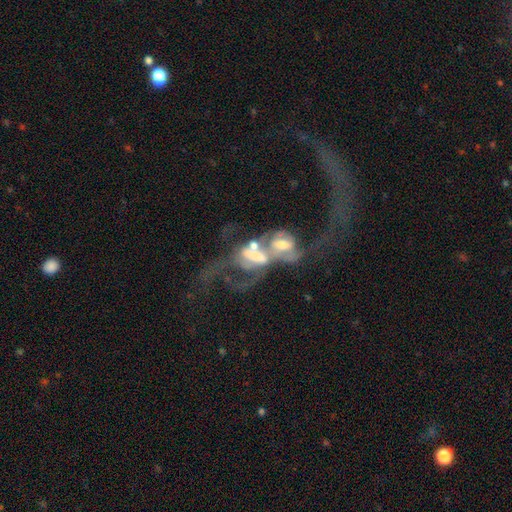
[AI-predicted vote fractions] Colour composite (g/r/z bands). It shows a featured or disk galaxy (71%) with no bar (55%), spiral arms (58%) and a moderate central bulge (37%). Merging: merger (74%).